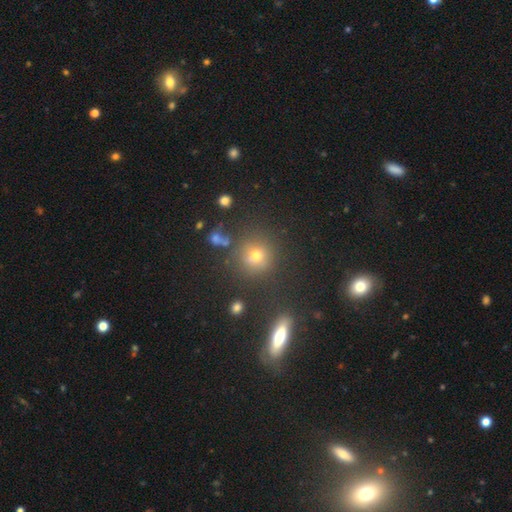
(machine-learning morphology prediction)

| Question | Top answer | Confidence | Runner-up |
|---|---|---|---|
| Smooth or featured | smooth | 65% | star or artifact (23%) |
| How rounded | round | 89% | in between (9%) |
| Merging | none | 80% | minor disturbance (10%) |